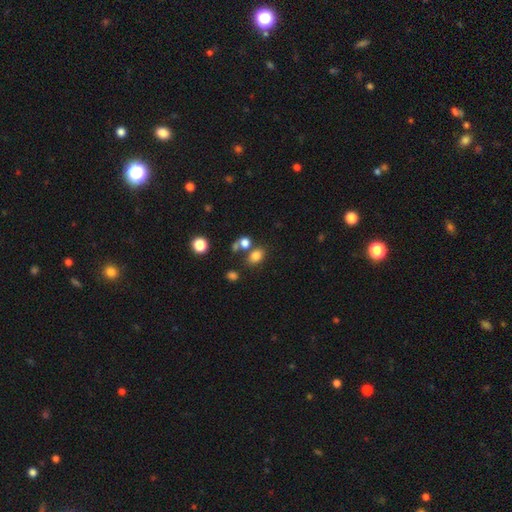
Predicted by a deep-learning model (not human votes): smooth 80%, star or artifact 13%, featured or disk 7%. Down the decision tree: how rounded — in between (67%); merging — none (65%).